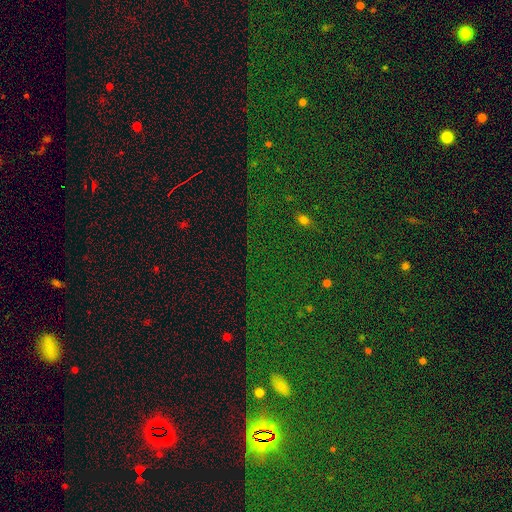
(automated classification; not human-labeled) Smooth or featured? Predicted: star or artifact (p=0.78).